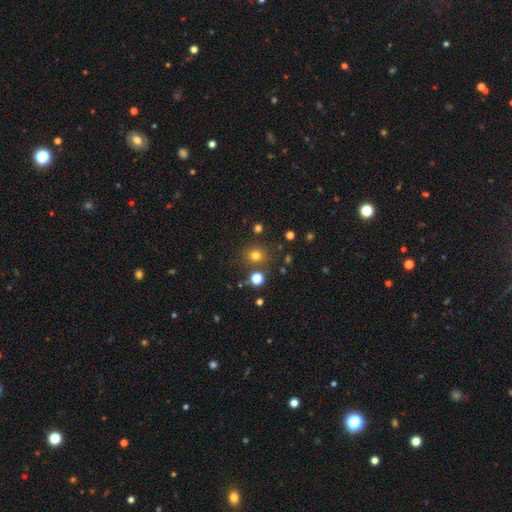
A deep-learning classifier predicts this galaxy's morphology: A smooth galaxy with no disk features (74%) that is round (83%). Merging: none (82%).